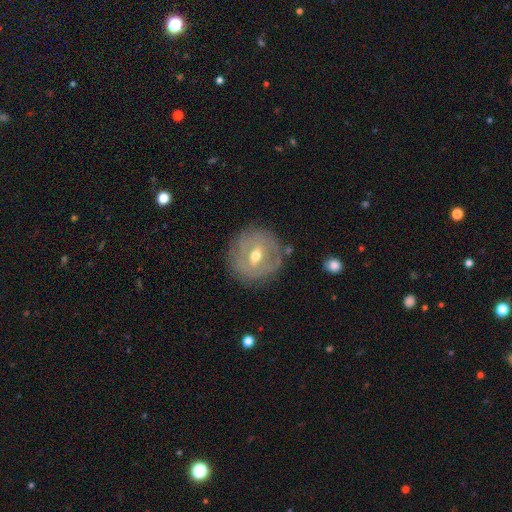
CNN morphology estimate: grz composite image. It shows a featured or disk galaxy (70%) with a weak bar (53%), spiral arms (59%) and a moderate central bulge (71%). Merging: none (79%).